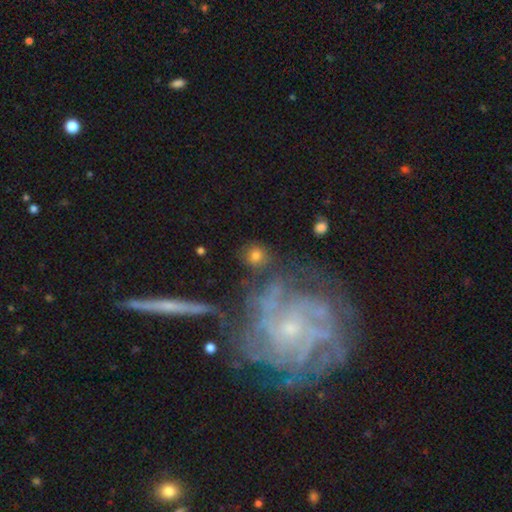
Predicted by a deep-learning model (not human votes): A smooth galaxy with no disk features (68%) that is round (85%). Merging: none (74%).